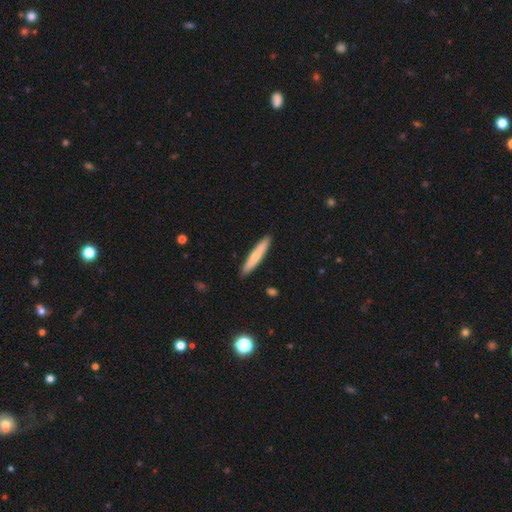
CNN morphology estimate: Smooth or featured: smooth — 67% (featured or disk — 28%)
How rounded: cigar-shaped — 93% (in between — 6%)
Merging: none — 90% (minor disturbance — 7%)